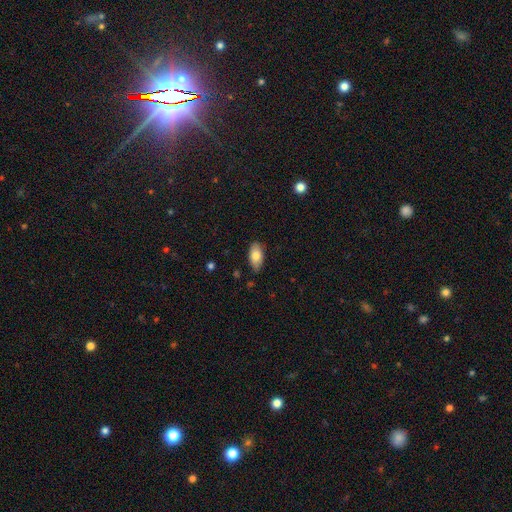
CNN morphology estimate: A smooth galaxy with no disk features (78%) that is in between round and cigar-shaped (92%).

Vote fractions:
- Smooth or featured? smooth: 78% / featured or disk: 15% / star or artifact: 7%
- How rounded? in between: 92% / cigar-shaped: 4% / round: 3%
- Merging? none: 81% / minor disturbance: 15% / major disturbance: 2% / merger: 1%